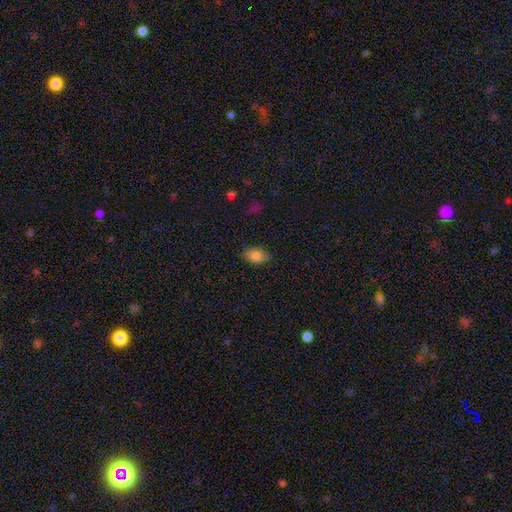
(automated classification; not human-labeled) This appears to be a smooth galaxy with no disk features (84%) that is in between round and cigar-shaped (89%). Merging: none (82%).